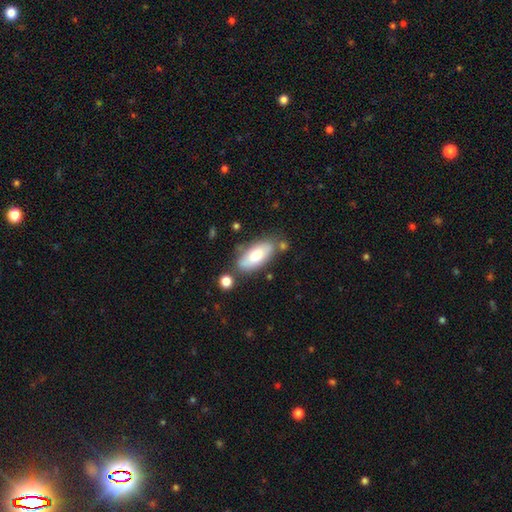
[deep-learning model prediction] Smooth or featured? Predicted: smooth (p=0.73). How rounded? Predicted: in between (p=0.83). Merging? Predicted: none (p=0.70).